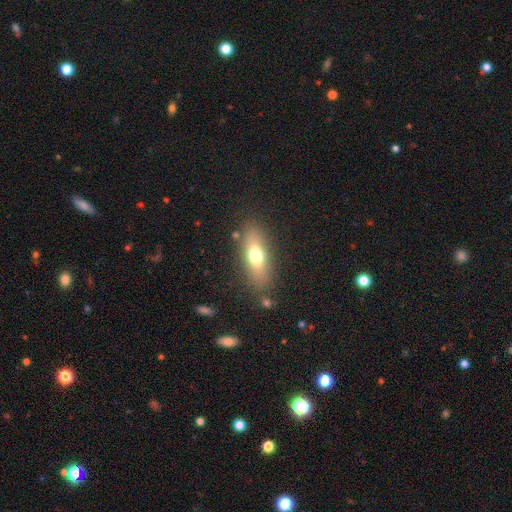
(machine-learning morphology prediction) Q: Smooth or featured?
A: smooth (67%); runner-up: featured or disk (25%)
Q: How rounded?
A: in between (66%); runner-up: cigar-shaped (30%)
Q: Merging?
A: none (82%); runner-up: minor disturbance (11%)